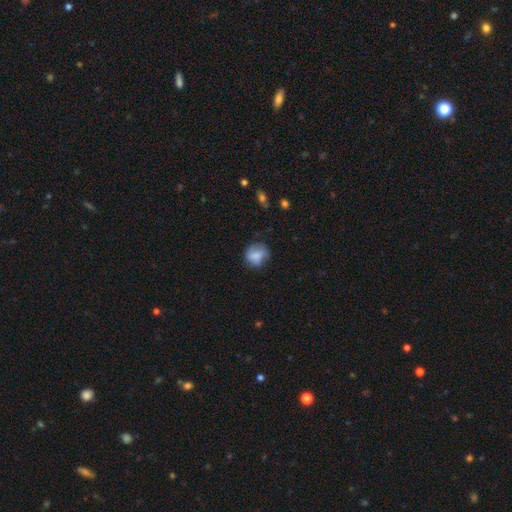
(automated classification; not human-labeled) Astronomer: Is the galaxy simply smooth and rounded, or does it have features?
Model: smooth — 72%.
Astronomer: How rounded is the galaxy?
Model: round — 70%.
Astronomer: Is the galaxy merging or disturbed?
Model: none — 61%.